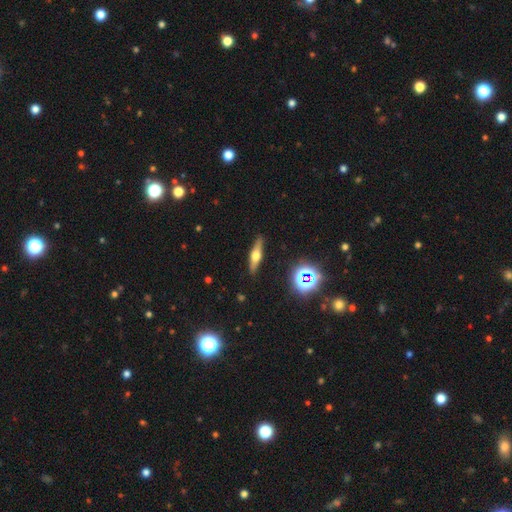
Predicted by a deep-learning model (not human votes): smooth_or_featured: featured or disk (p=0.55) [alt: smooth p=0.34]
disk_edge_on: yes (p=0.93) [alt: no p=0.07]
edge_on_bulge: rounded (p=0.93) [alt: boxy p=0.04]
merging: none (p=0.90) [alt: minor disturbance p=0.07]